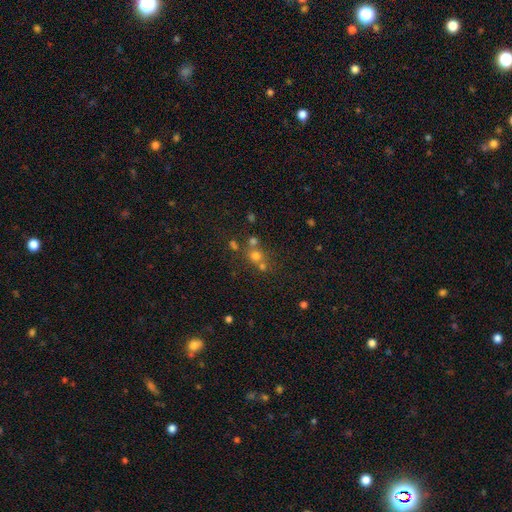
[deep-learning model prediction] Q: Smooth or featured?
A: smooth (58%); runner-up: star or artifact (28%)
Q: How rounded?
A: round (86%); runner-up: in between (13%)
Q: Merging?
A: none (54%); runner-up: merger (34%)